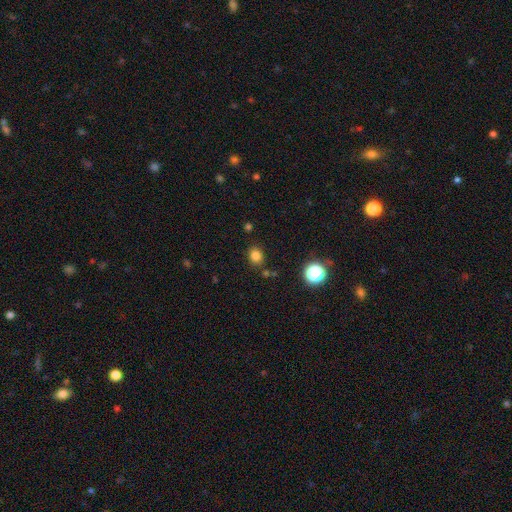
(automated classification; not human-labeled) This is likely a smooth galaxy (80%). How rounded: likely round (66%). Merging: clearly none (82%).